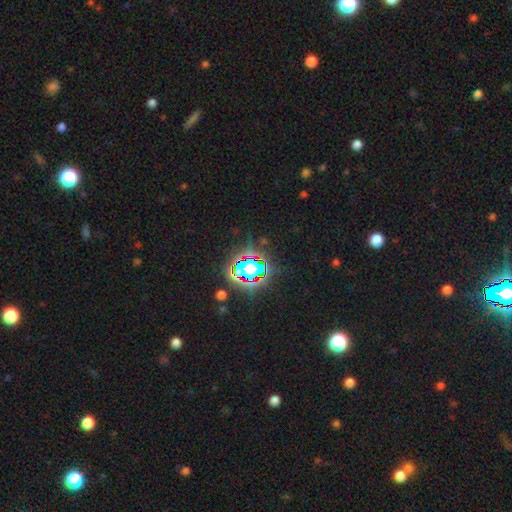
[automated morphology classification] Smooth or featured: star or artifact — 81% (smooth — 12%)